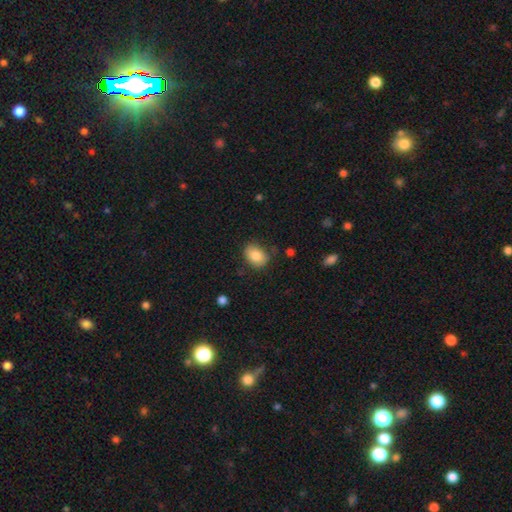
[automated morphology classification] This is clearly a smooth galaxy (84%). How rounded: likely in between (69%). Merging: likely none (77%).